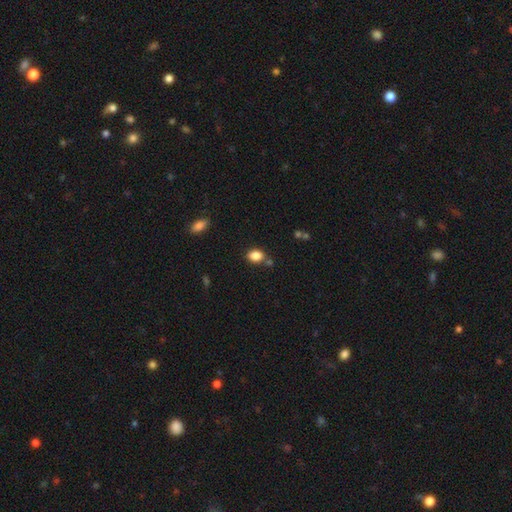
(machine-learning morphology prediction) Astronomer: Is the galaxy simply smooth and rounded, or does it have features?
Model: smooth — 85%.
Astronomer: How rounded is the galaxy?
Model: in between — 72%.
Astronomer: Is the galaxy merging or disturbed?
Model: none — 72%.